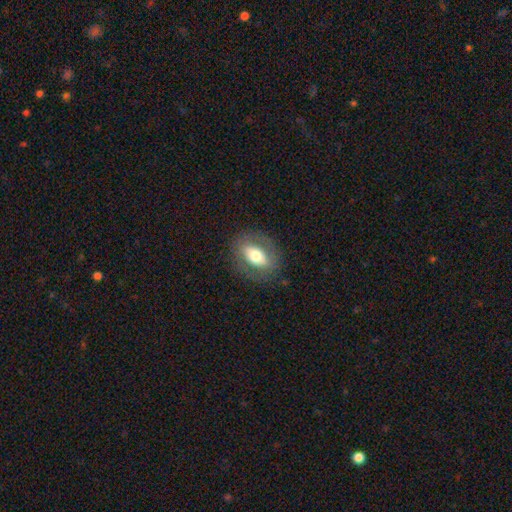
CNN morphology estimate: A smooth galaxy with no disk features (54%) that is in between round and cigar-shaped (80%).

Vote fractions:
- Smooth or featured? smooth: 54% / featured or disk: 39% / star or artifact: 7%
- How rounded? in between: 80% / round: 16% / cigar-shaped: 4%
- Merging? none: 81% / minor disturbance: 12% / major disturbance: 6% / merger: 1%